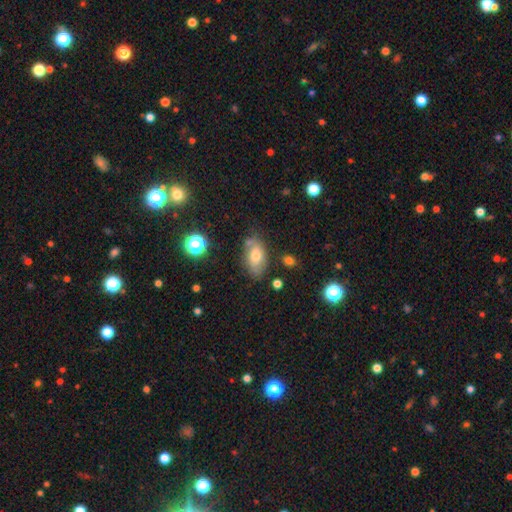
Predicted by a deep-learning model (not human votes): smooth 67%, featured or disk 22%, star or artifact 11%. Down the decision tree: how rounded — in between (89%); merging — none (68%).